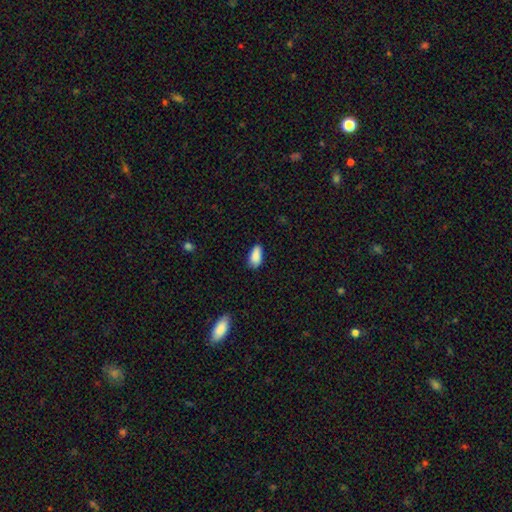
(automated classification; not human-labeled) Smooth or featured?
  - smooth: 88% *
  - star or artifact: 7%
  - featured or disk: 4%
How rounded?
  - in between: 91% *
  - cigar-shaped: 6%
  - round: 3%
Merging?
  - none: 72% *
  - minor disturbance: 23%
  - major disturbance: 4%
  - merger: 2%